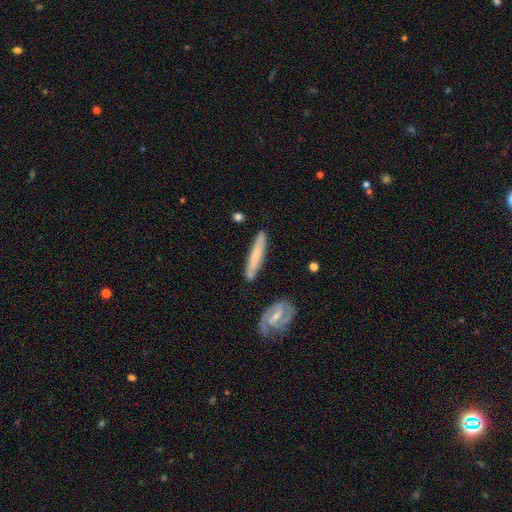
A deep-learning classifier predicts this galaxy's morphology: Smooth or featured? Predicted: smooth (p=0.58). How rounded? Predicted: cigar-shaped (p=0.92). Merging? Predicted: none (p=0.81).